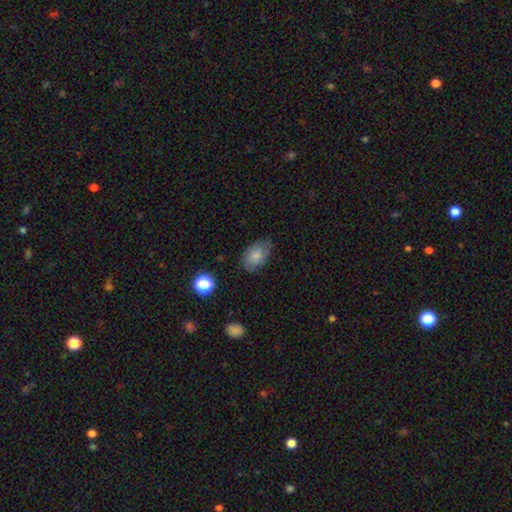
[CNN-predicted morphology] This is likely a smooth galaxy (80%). How rounded: clearly in between (87%). Merging: likely none (72%).